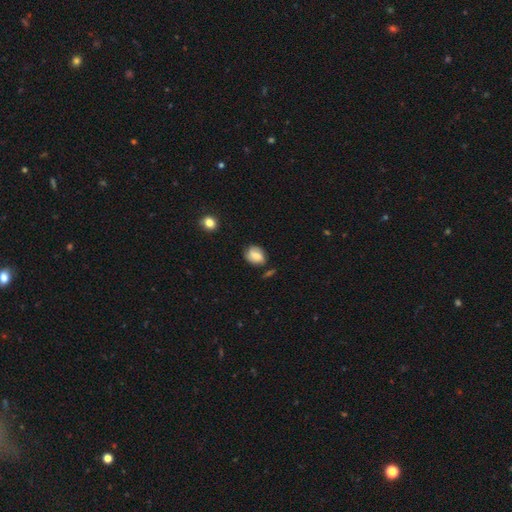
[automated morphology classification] This appears to be a smooth galaxy with no disk features (68%) that is in between round and cigar-shaped (49%, tied with round). Merging: none (67%).